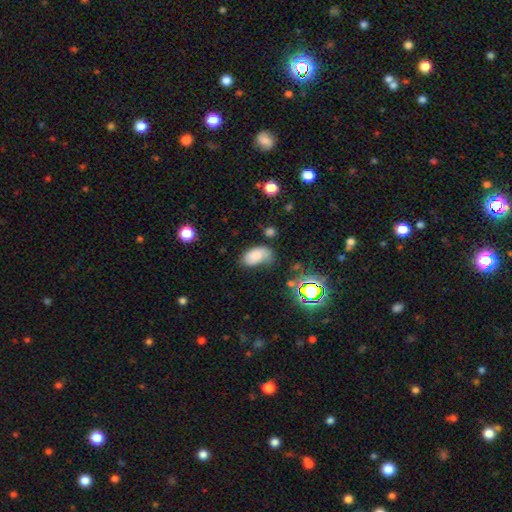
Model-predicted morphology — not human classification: Q: Smooth or featured?
A: smooth (73%); runner-up: featured or disk (15%)
Q: How rounded?
A: in between (92%); runner-up: round (6%)
Q: Merging?
A: none (48%); runner-up: minor disturbance (33%)